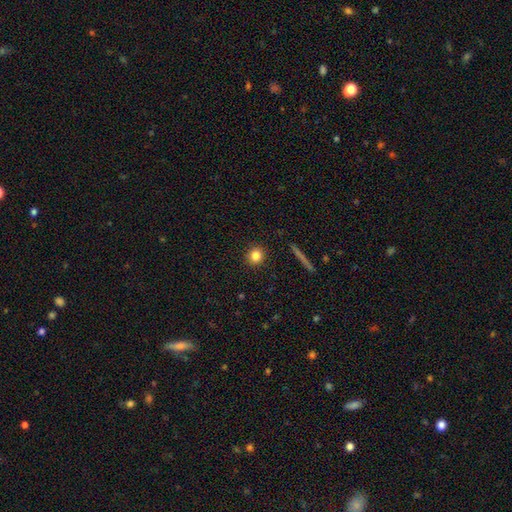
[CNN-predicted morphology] Q: Smooth or featured?
A: smooth (82%); runner-up: star or artifact (11%)
Q: How rounded?
A: round (90%); runner-up: in between (9%)
Q: Merging?
A: none (92%); runner-up: minor disturbance (5%)